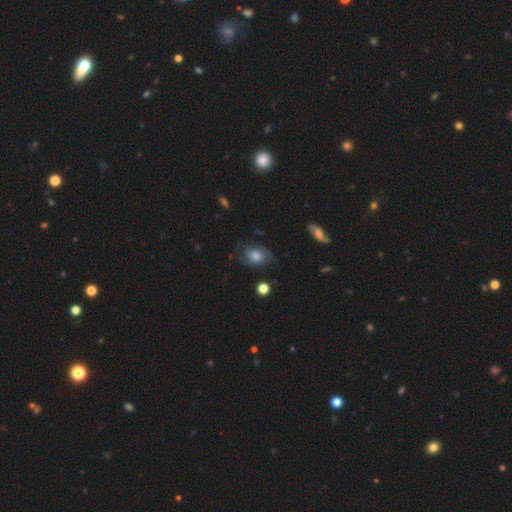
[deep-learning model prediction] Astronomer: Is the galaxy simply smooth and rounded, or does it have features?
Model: featured or disk — 49% (runner-up: smooth, 40%).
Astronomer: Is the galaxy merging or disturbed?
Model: none — 66%.